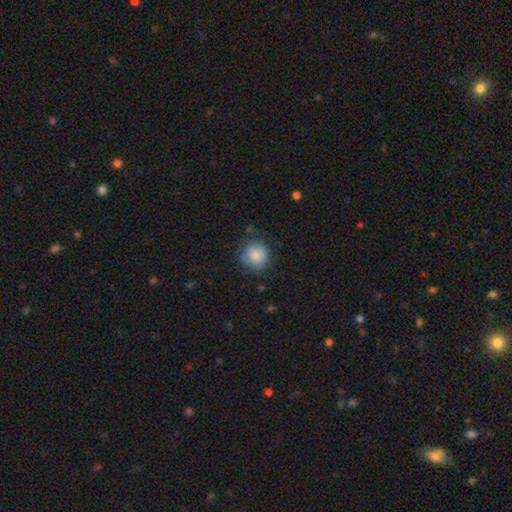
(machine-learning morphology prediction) smooth_or_featured: smooth (p=0.86) [alt: star or artifact p=0.08]
how_rounded: round (p=0.90) [alt: in between p=0.09]
merging: none (p=0.78) [alt: minor disturbance p=0.17]